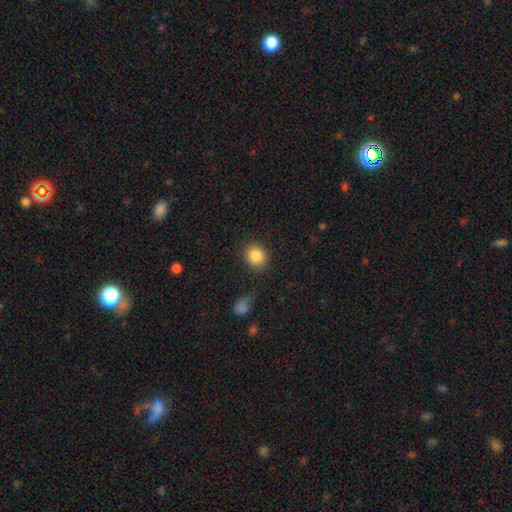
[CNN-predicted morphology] smooth-or-featured: smooth: 86% | star or artifact: 9% | featured or disk: 5%
  how-rounded: round: 77% | in between: 22% | cigar-shaped: 1%
  merging: none: 85% | minor disturbance: 9% | major disturbance: 3% | merger: 2%